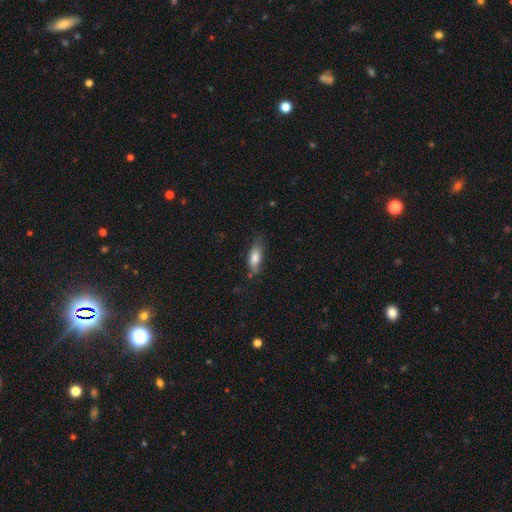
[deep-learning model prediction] Smooth or featured: smooth — 72% (featured or disk — 20%)
How rounded: in between — 57% (cigar-shaped — 41%)
Merging: none — 63% (minor disturbance — 27%)